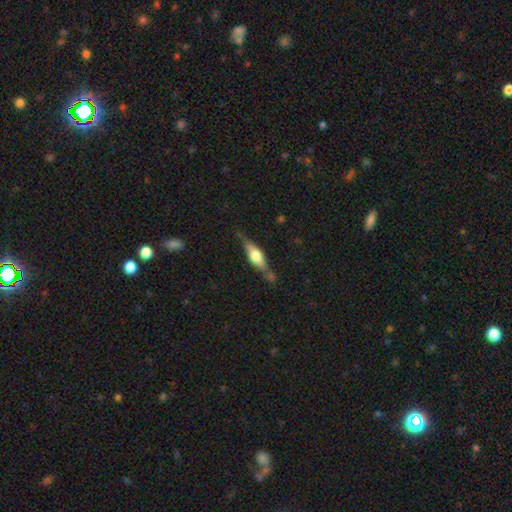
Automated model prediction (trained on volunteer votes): This appears to be a featured or disk galaxy (59%) viewed edge-on (92%) with a rounded central bulge (85%). Merging: none (68%).